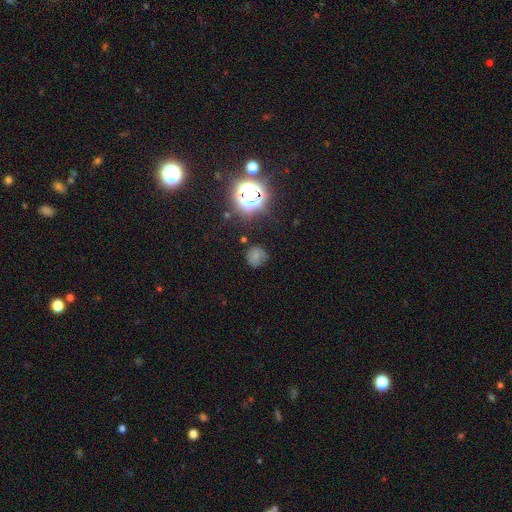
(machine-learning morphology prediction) A smooth galaxy with no disk features (62%) that is round (86%). Merging: none (71%).